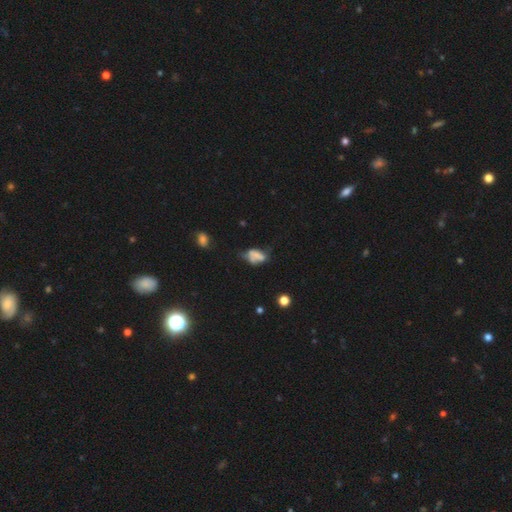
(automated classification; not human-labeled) smooth_or_featured: smooth (p=0.51) [alt: featured or disk p=0.36]
how_rounded: in between (p=0.83) [alt: round p=0.11]
merging: none (p=0.28) [alt: minor disturbance p=0.27]